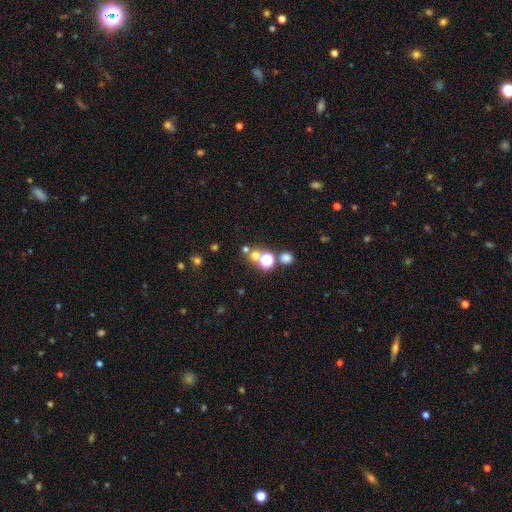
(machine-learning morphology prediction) A smooth galaxy with no disk features (52%) that is round (86%).

Vote fractions:
- Smooth or featured? smooth: 52% / star or artifact: 38% / featured or disk: 10%
- How rounded? round: 86% / in between: 12% / cigar-shaped: 1%
- Merging? none: 62% / merger: 26% / minor disturbance: 7% / major disturbance: 5%